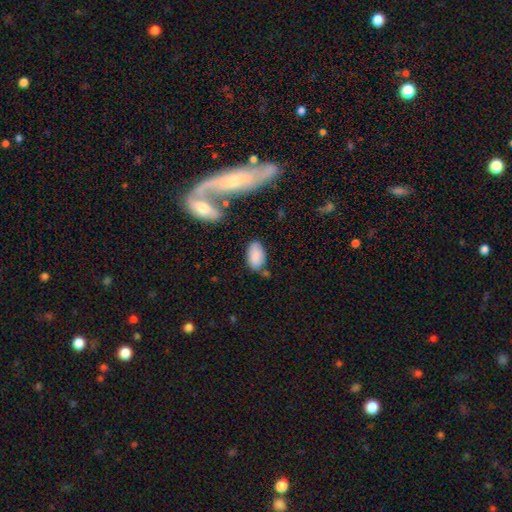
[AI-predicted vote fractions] Q: Smooth or featured?
A: smooth (83%); runner-up: featured or disk (9%)
Q: How rounded?
A: in between (94%); runner-up: round (5%)
Q: Merging?
A: none (66%); runner-up: minor disturbance (21%)